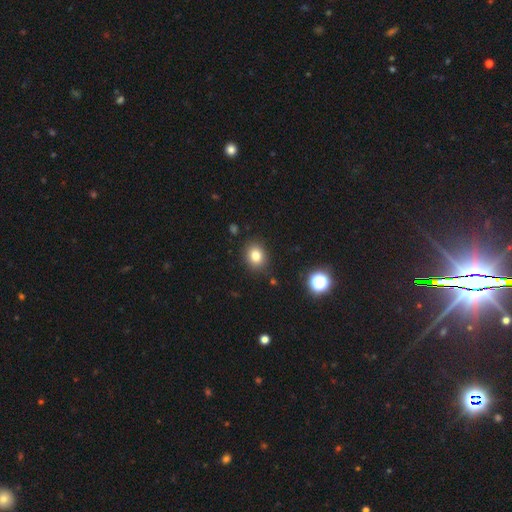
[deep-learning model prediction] Overall: smooth (80%). How rounded: round (58%; in between 41%). Merging: none (87%).